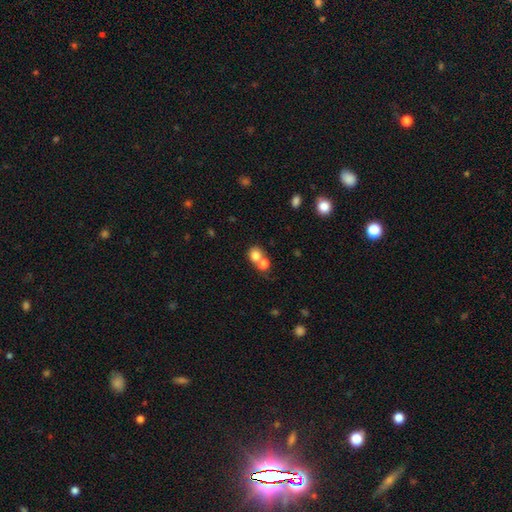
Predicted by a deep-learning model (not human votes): A smooth galaxy with no disk features (77%) that is round (76%). Merging: merger (54%).